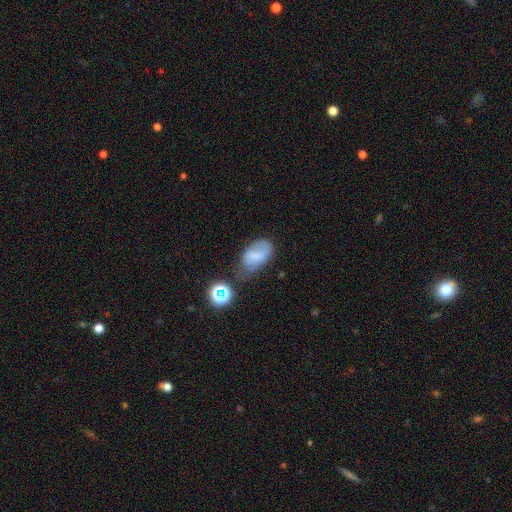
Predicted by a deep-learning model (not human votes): The model was most divided on "merging": none: 42%, minor disturbance: 33%, major disturbance: 18%, merger: 8%. More confident: how rounded — in between (89%); smooth or featured — smooth (61%).